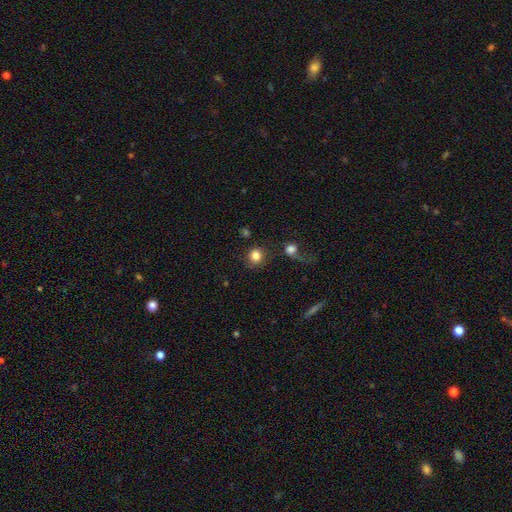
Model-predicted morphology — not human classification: Smooth or featured: smooth — 83% (star or artifact — 10%)
How rounded: round — 87% (in between — 12%)
Merging: none — 73% (minor disturbance — 10%)